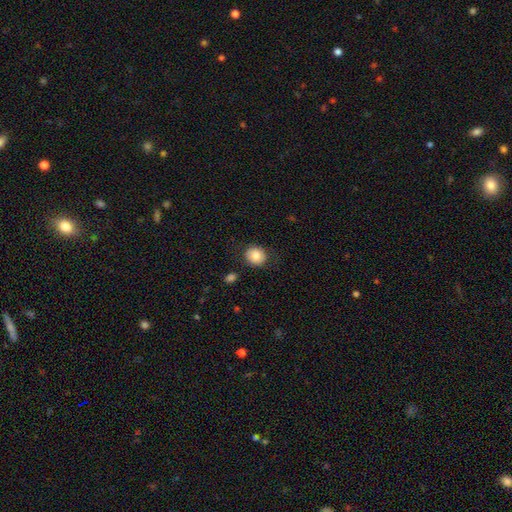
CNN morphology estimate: type=smooth (83%); roundness=round (82%); merging=none (82%).